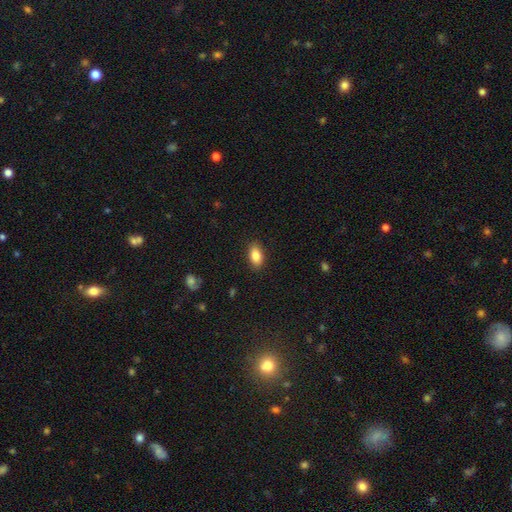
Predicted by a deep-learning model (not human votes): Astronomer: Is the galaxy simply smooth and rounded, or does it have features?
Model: smooth — 86%.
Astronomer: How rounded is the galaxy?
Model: in between — 90%.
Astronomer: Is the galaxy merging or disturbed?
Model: none — 88%.